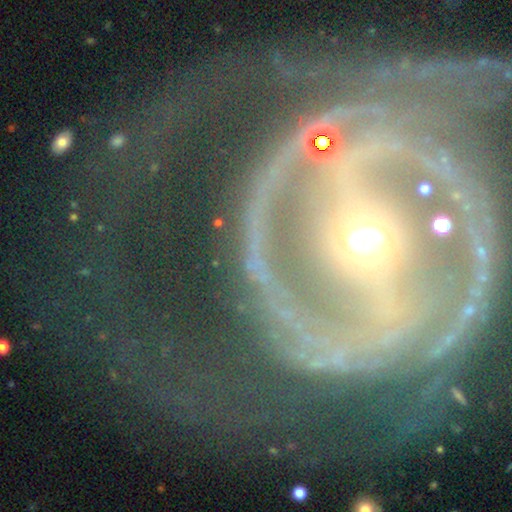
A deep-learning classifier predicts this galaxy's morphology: A featured or disk galaxy (69%) with a strong bar (44%), 2 (71%) medium (43%) spiral arms (90%) and a moderate central bulge (51%).

Vote fractions:
- Smooth or featured? featured or disk: 69% / star or artifact: 20% / smooth: 11%
- Edge-on disk? no: 95% / yes: 5%
- Bar? strong: 44% / no: 31% / weak: 25%
- Spiral arms? yes: 90% / no: 10%
- Spiral winding? medium: 43% / tight: 35% / loose: 23%
- Spiral arm count? 2: 71% / can't tell: 8% / 3: 6% / 1: 6% / 4: 5% / more than 4: 5%
- Bulge size? moderate: 51% / small: 39% / large: 5% / dominant: 3% / none: 2%
- Merging? none: 62% / minor disturbance: 17% / major disturbance: 15% / merger: 7%